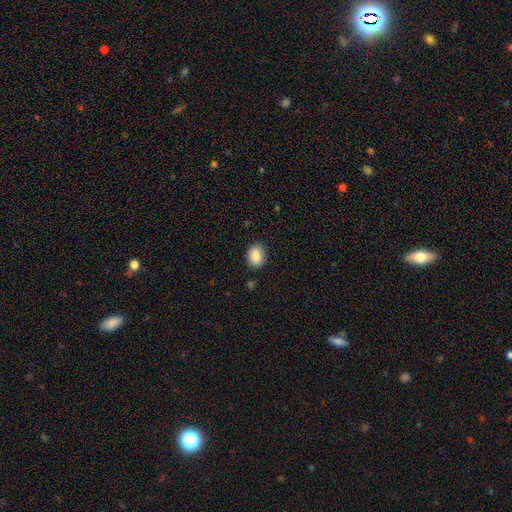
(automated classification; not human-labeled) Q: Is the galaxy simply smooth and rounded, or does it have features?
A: smooth — 85%.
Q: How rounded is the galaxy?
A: in between — 65%.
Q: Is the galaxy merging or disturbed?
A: none — 87%.